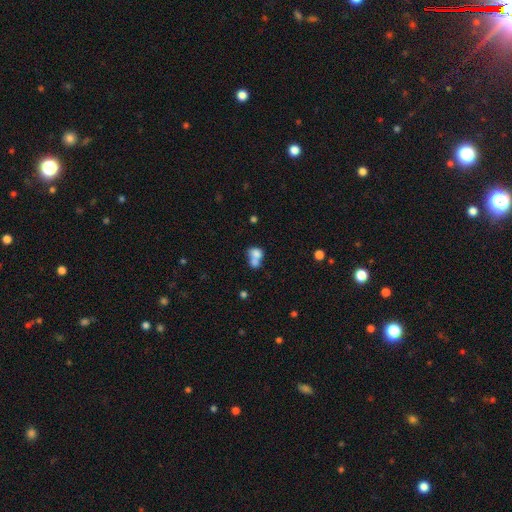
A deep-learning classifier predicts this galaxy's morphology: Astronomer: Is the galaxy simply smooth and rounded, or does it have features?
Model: smooth — 74%.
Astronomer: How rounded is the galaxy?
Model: in between — 54% (runner-up: round, 44%).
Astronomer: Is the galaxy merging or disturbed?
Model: merger — 71%.